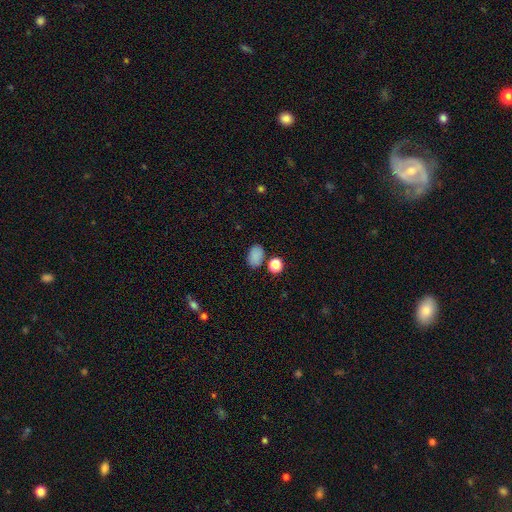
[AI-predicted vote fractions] This is clearly a smooth galaxy (84%). How rounded: clearly in between (85%). Merging: likely none (79%).